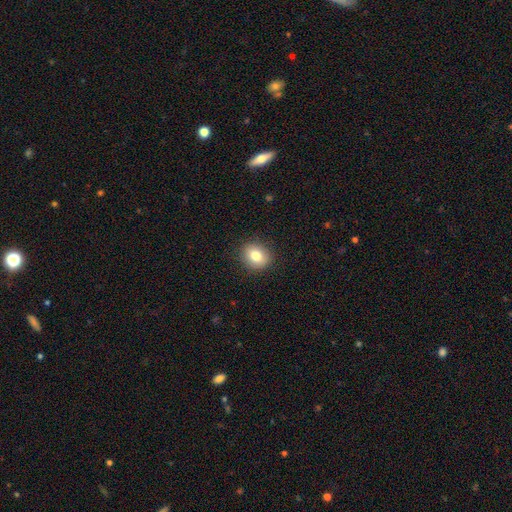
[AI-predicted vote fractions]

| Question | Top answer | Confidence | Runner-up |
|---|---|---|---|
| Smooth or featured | smooth | 81% | star or artifact (10%) |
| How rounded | round | 70% | in between (30%) |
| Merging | none | 90% | minor disturbance (7%) |